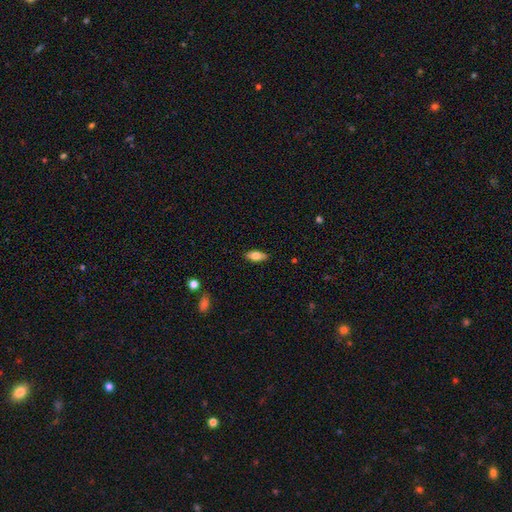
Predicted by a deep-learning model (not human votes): Q: Smooth or featured?
A: smooth (77%); runner-up: featured or disk (15%)
Q: How rounded?
A: in between (84%); runner-up: cigar-shaped (14%)
Q: Merging?
A: none (88%); runner-up: minor disturbance (9%)